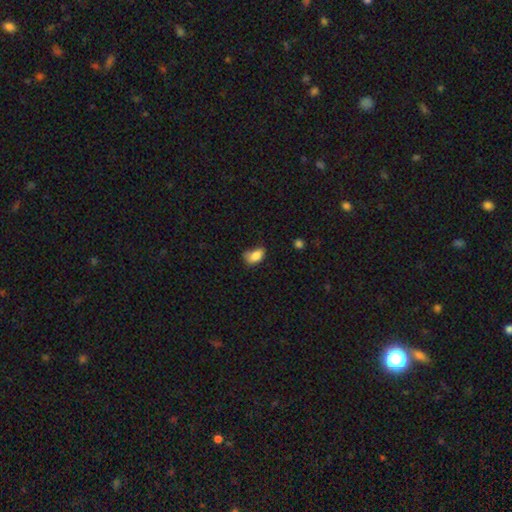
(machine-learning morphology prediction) Q: Smooth or featured?
A: smooth (83%); runner-up: star or artifact (9%)
Q: How rounded?
A: in between (89%); runner-up: round (8%)
Q: Merging?
A: none (45%); runner-up: minor disturbance (38%)